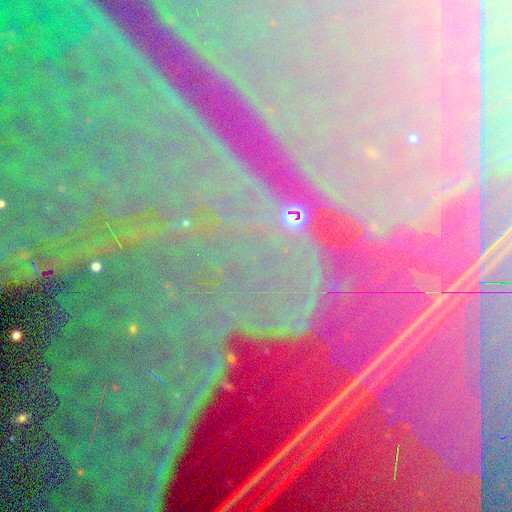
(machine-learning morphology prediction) Smooth or featured? star or artifact (89%)